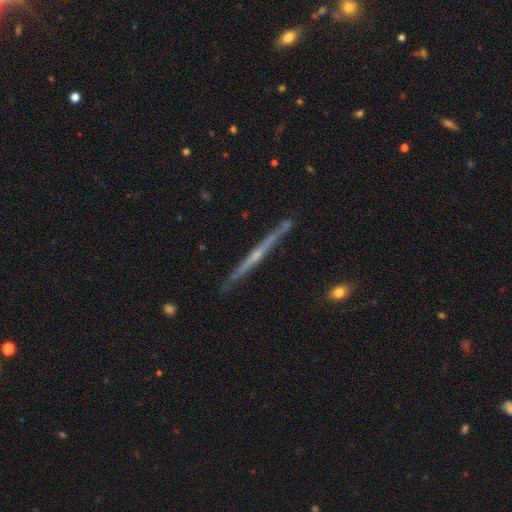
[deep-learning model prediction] Overall: featured or disk (77%). Edge-on disk: yes (98%). Edge-on bulge: rounded (48%; none 46%). Merging: none (87%).